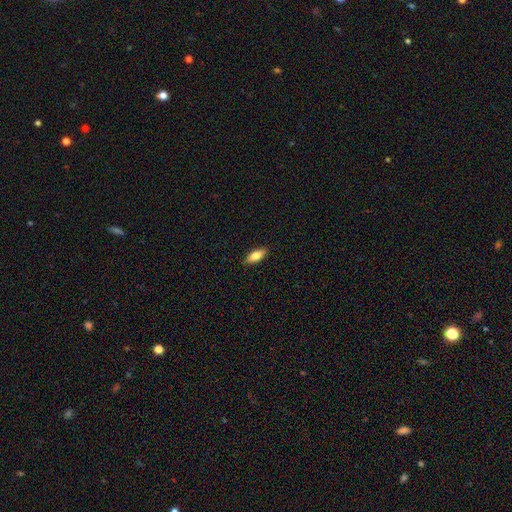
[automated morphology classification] type=smooth (80%); roundness=in between (77%); merging=none (89%).